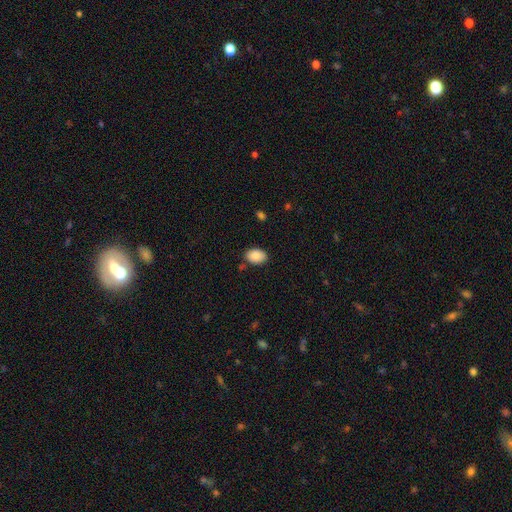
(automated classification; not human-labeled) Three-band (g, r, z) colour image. It shows a smooth galaxy with no disk features (89%) that is in between round and cigar-shaped (84%). Merging: none (80%).